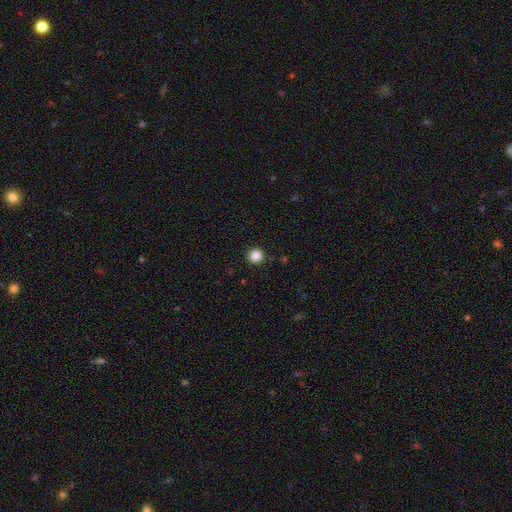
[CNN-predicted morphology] Overall: smooth (86%). How rounded: round (94%). Merging: none (92%).